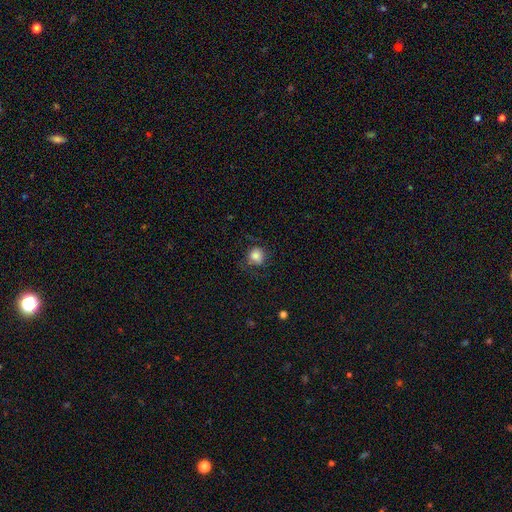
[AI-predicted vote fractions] Morphology: type=smooth (79%); roundness=round (80%); merging=none (65%).